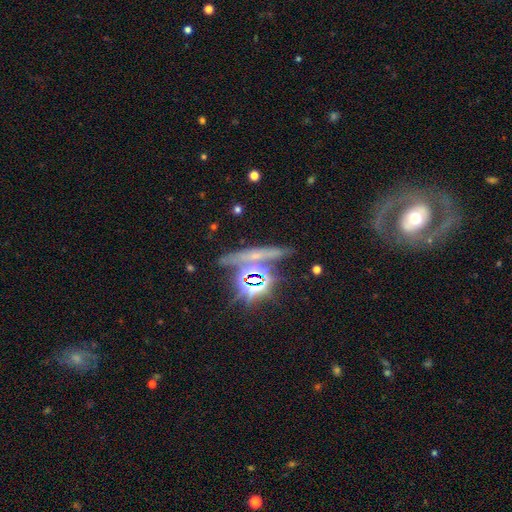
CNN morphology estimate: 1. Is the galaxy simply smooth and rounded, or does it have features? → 52% star or artifact, 26% featured or disk, 22% smooth.